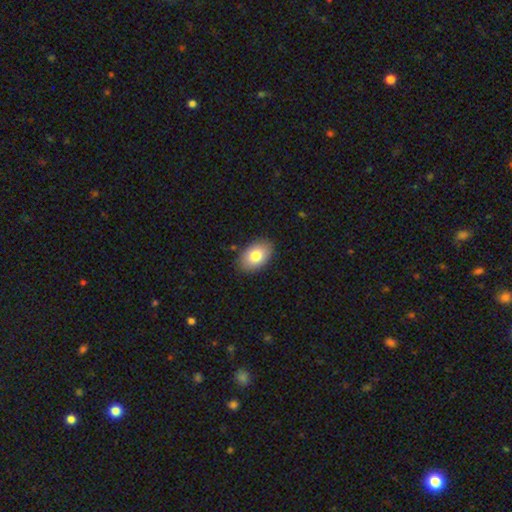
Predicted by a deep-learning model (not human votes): Smooth or featured? smooth (80%)
How rounded? in between (89%)
Merging? none (87%)